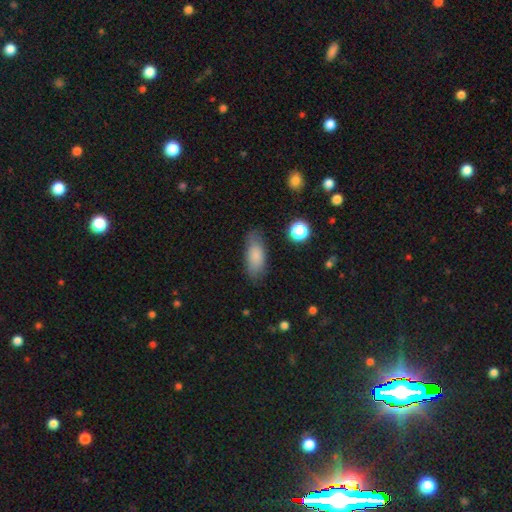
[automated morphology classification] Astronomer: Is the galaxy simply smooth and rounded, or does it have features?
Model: smooth — 83%.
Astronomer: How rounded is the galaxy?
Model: in between — 81%.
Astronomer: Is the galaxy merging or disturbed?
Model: none — 77%.